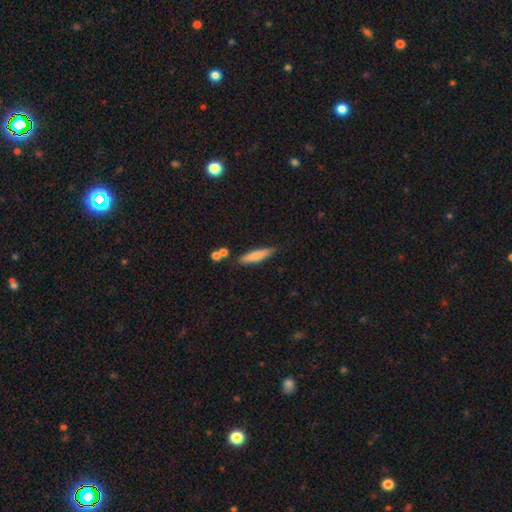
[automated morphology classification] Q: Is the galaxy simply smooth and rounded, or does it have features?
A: smooth — 75%.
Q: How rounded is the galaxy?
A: cigar-shaped — 84%.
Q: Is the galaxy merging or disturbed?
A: none — 80%.